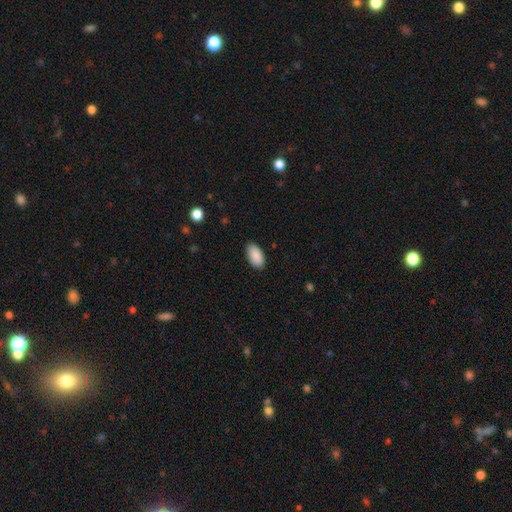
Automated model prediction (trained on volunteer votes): smooth 90%, star or artifact 6%, featured or disk 3%. Down the decision tree: how rounded — in between (95%); merging — none (87%).